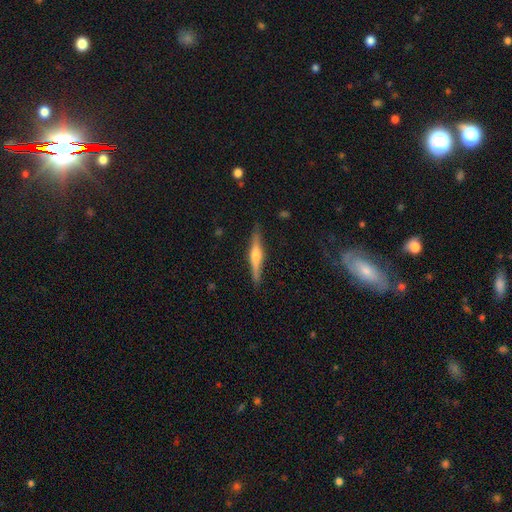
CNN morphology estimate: The model was most divided on "smooth or featured": featured or disk: 63%, smooth: 31%, star or artifact: 6%. More confident: edge-on disk — yes (97%); merging — none (88%); edge-on bulge — rounded (79%).